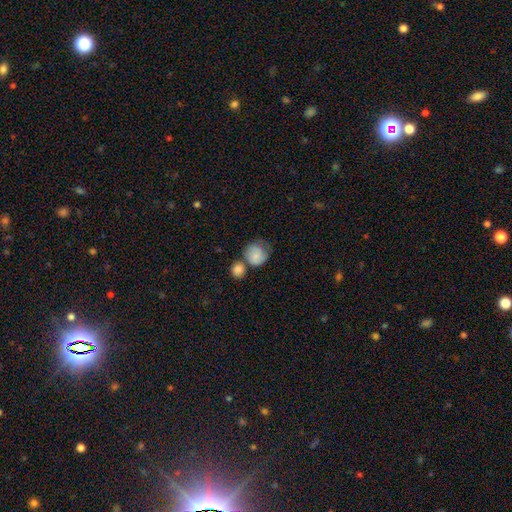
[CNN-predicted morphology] Smooth or featured: smooth — 77% (featured or disk — 15%)
How rounded: round — 80% (in between — 19%)
Merging: none — 38% (merger — 34%)